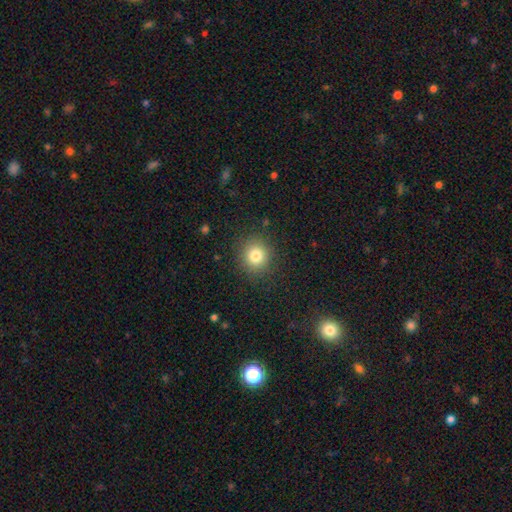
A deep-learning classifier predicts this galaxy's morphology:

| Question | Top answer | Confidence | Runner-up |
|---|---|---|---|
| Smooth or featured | smooth | 81% | star or artifact (12%) |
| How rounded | round | 88% | in between (11%) |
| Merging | none | 88% | minor disturbance (7%) |